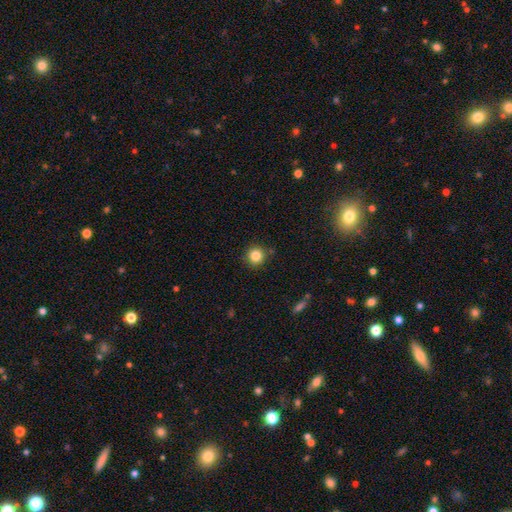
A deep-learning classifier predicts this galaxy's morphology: A smooth galaxy with no disk features (84%) that is round (93%). Merging: none (87%).